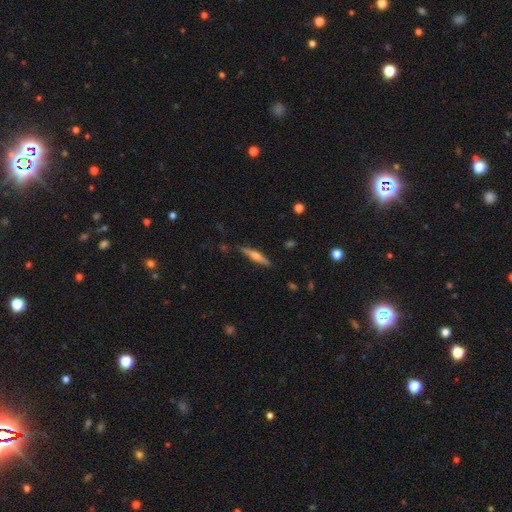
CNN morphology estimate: The model was most divided on "smooth or featured": featured or disk: 56%, smooth: 38%, star or artifact: 6%. More confident: edge-on disk — yes (96%); merging — none (85%); edge-on bulge — rounded (82%).